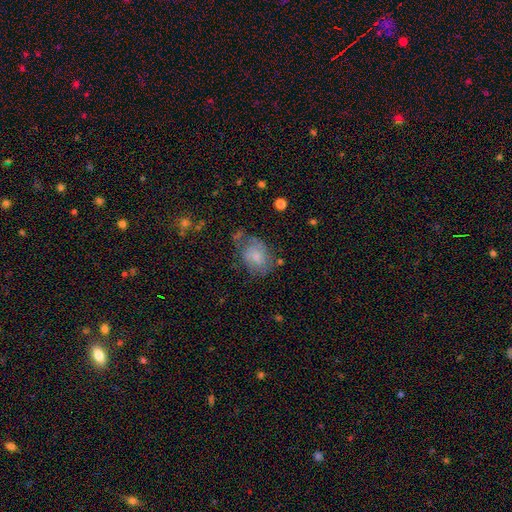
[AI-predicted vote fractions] Smooth or featured: smooth — 55% (featured or disk — 35%)
How rounded: in between — 71% (round — 28%)
Merging: none — 45% (minor disturbance — 30%)